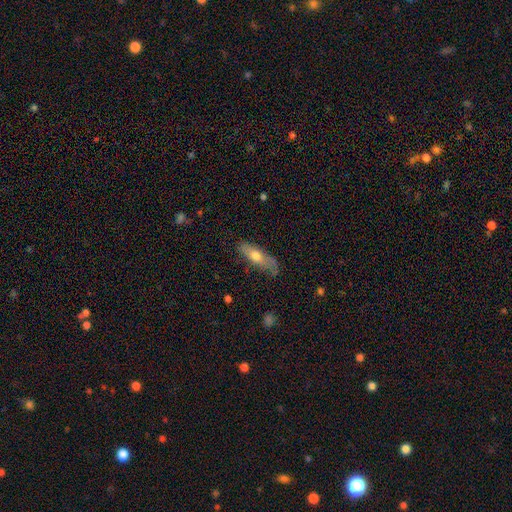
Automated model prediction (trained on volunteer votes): A smooth galaxy with no disk features (58%) that is cigar-shaped (52%).

Vote fractions:
- Smooth or featured? smooth: 58% / featured or disk: 35% / star or artifact: 6%
- How rounded? cigar-shaped: 52% / in between: 46% / round: 3%
- Merging? none: 68% / minor disturbance: 24% / major disturbance: 6% / merger: 2%